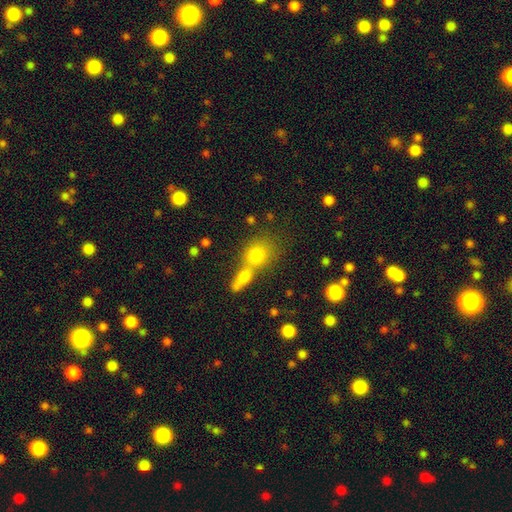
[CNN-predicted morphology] Smooth or featured? Predicted: smooth (p=0.76). How rounded? Predicted: round (p=0.64). Merging? Predicted: merger (p=0.49).